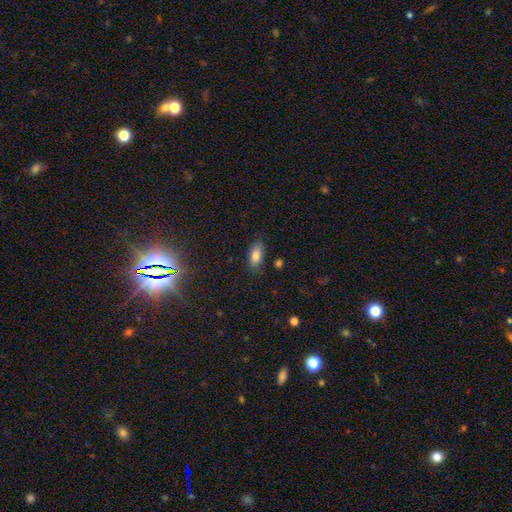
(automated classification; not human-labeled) Q: Smooth or featured?
A: smooth (83%); runner-up: star or artifact (9%)
Q: How rounded?
A: in between (88%); runner-up: cigar-shaped (8%)
Q: Merging?
A: none (81%); runner-up: minor disturbance (13%)